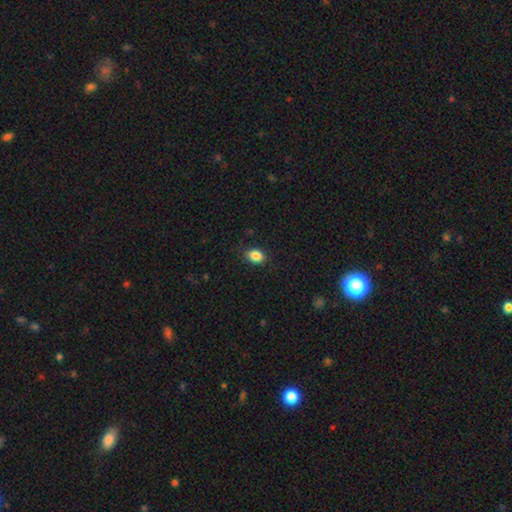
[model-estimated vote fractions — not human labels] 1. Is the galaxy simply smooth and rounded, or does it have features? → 86% smooth, 9% star or artifact, 5% featured or disk.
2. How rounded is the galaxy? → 76% in between, 22% round, 1% cigar-shaped.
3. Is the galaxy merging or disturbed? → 84% none, 12% minor disturbance, 3% major disturbance, 1% merger.